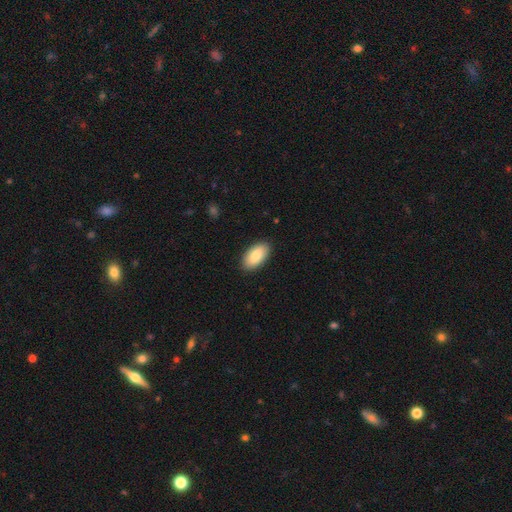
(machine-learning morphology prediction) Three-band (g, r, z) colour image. It shows a smooth galaxy with no disk features (83%) that is in between round and cigar-shaped (95%). Merging: none (89%).